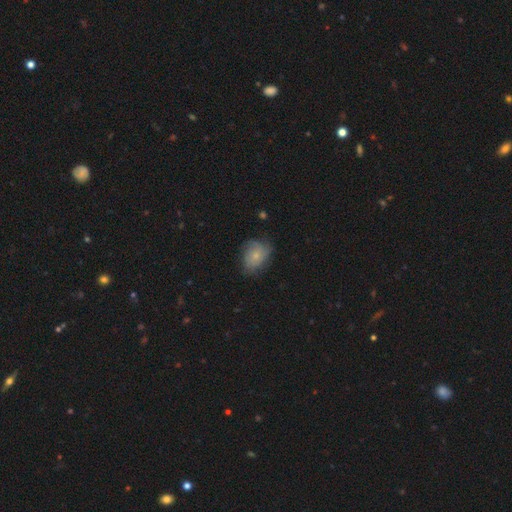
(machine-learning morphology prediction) Q: Smooth or featured?
A: smooth (62%); runner-up: featured or disk (30%)
Q: How rounded?
A: in between (60%); runner-up: round (39%)
Q: Merging?
A: none (58%); runner-up: minor disturbance (30%)